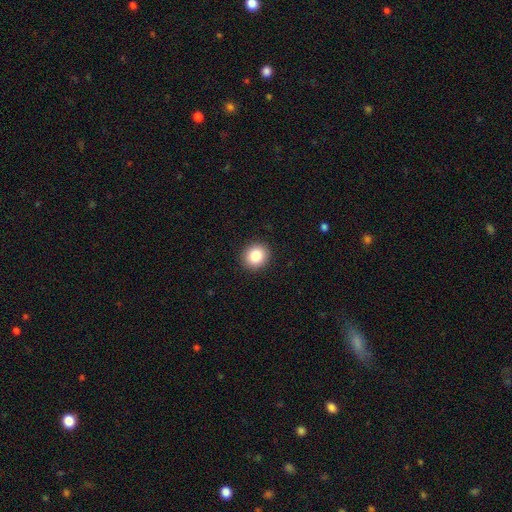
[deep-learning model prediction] This appears to be a smooth galaxy with no disk features (85%) that is round (86%). Merging: none (92%).